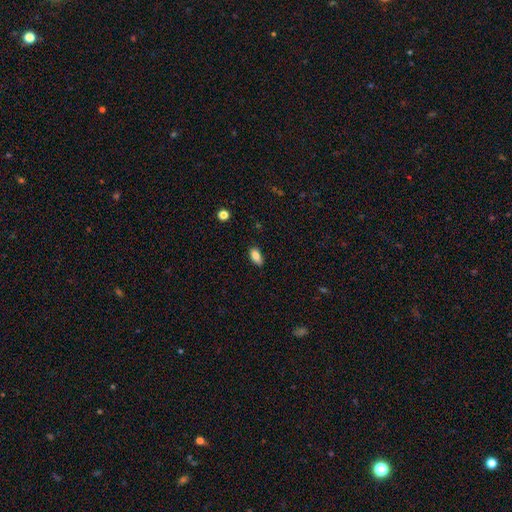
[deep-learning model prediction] smooth-or-featured: smooth: 83% | featured or disk: 8% | star or artifact: 8%
  how-rounded: in between: 89% | cigar-shaped: 8% | round: 4%
  merging: none: 81% | minor disturbance: 15% | major disturbance: 2% | merger: 1%